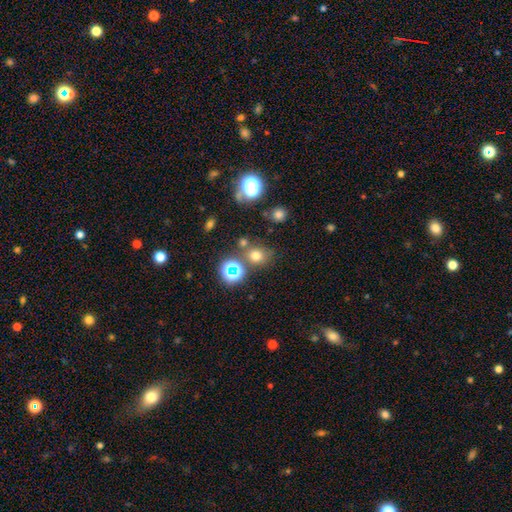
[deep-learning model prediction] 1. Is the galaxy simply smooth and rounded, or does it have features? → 67% smooth, 24% star or artifact, 8% featured or disk.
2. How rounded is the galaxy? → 74% round, 25% in between, 1% cigar-shaped.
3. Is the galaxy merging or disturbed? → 67% none, 15% merger, 13% minor disturbance, 5% major disturbance.